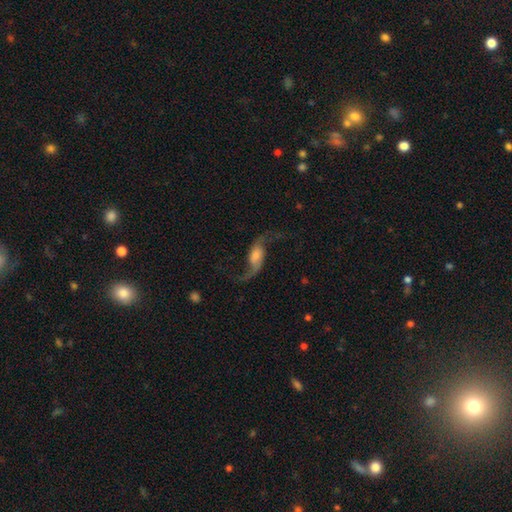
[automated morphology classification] Q: Smooth or featured?
A: featured or disk (85%); runner-up: smooth (8%)
Q: Edge-on disk?
A: no (94%); runner-up: yes (6%)
Q: Bar?
A: no (48%); runner-up: weak (36%)
Q: Spiral arms?
A: yes (96%); runner-up: no (4%)
Q: Spiral winding?
A: loose (91%); runner-up: medium (7%)
Q: Spiral arm count?
A: 2 (93%); runner-up: 1 (3%)
Q: Bulge size?
A: moderate (38%); runner-up: small (34%)
Q: Merging?
A: none (71%); runner-up: minor disturbance (13%)